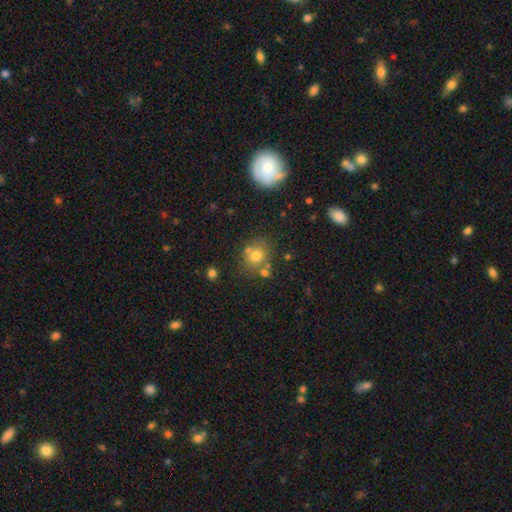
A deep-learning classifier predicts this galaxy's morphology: Overall: smooth (70%). How rounded: round (75%). Merging: none (66%).